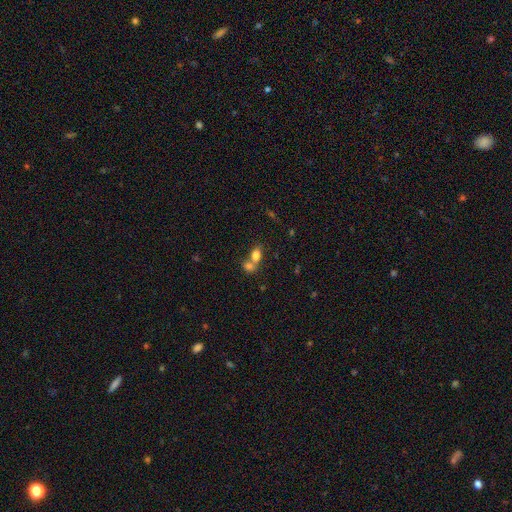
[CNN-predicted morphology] type=smooth (78%); roundness=in between (72%); merging=merger (61%).